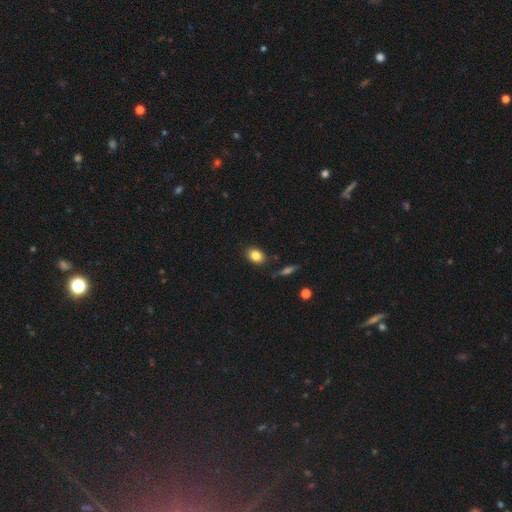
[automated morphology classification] This appears to be a smooth galaxy with no disk features (83%) that is in between round and cigar-shaped (69%). Merging: none (85%).